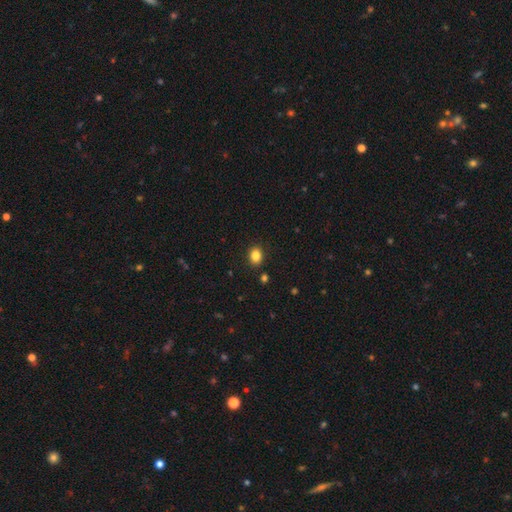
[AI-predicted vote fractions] Q: Smooth or featured?
A: smooth (85%); runner-up: star or artifact (11%)
Q: How rounded?
A: in between (52%); runner-up: round (47%)
Q: Merging?
A: none (88%); runner-up: minor disturbance (8%)